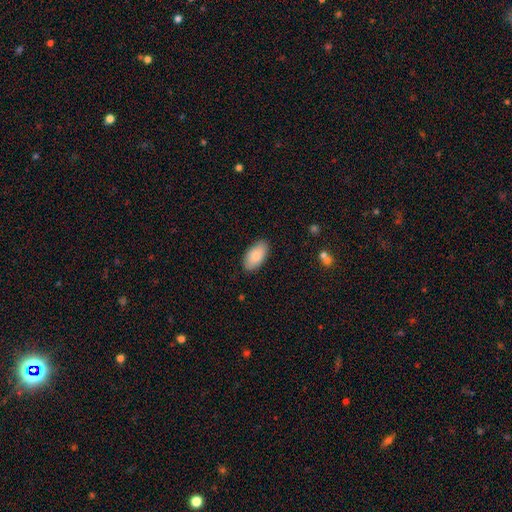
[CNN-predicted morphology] Overall: smooth (85%). How rounded: in between (95%). Merging: none (87%).